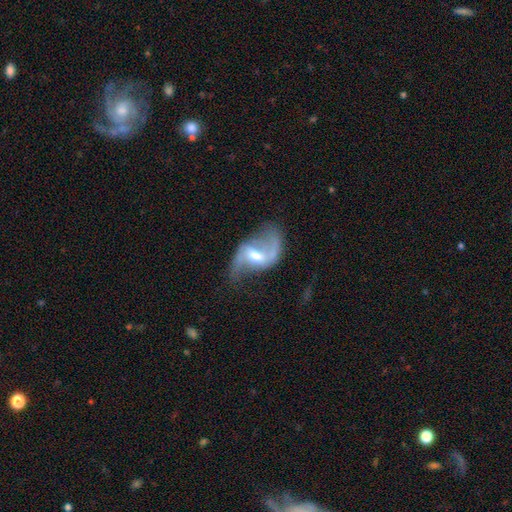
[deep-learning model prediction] Morphology: type=featured or disk (85%); edge-on=no (97%); bar=weak (53%); spiral arms=yes (94%); winding=loose (69%); arm count=2 (89%); bulge=moderate (62%); merging=none (60%).